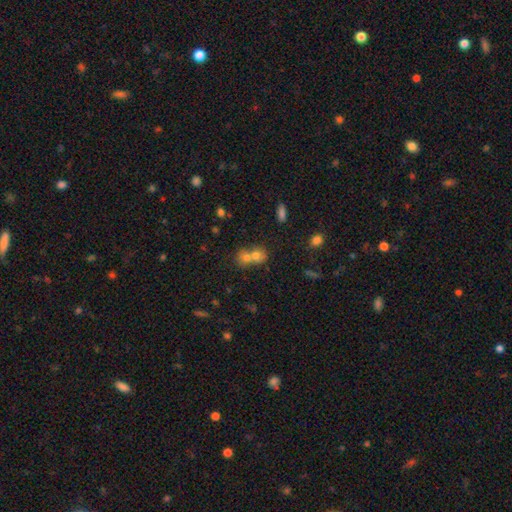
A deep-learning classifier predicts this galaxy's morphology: smooth 70%, featured or disk 17%, star or artifact 13%. Down the decision tree: how rounded — round (64%); merging — merger (65%).